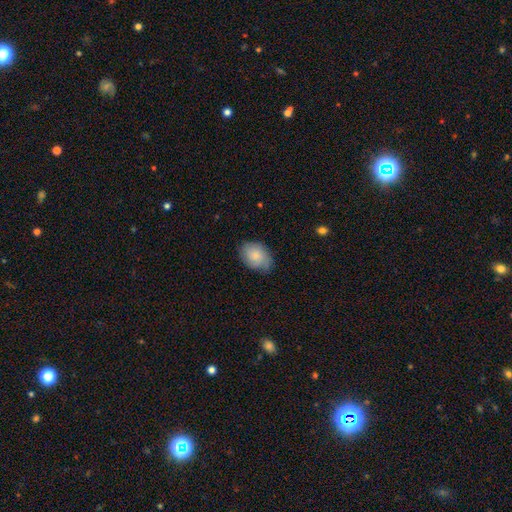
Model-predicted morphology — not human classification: Smooth or featured? smooth (76%)
How rounded? in between (76%)
Merging? none (66%)